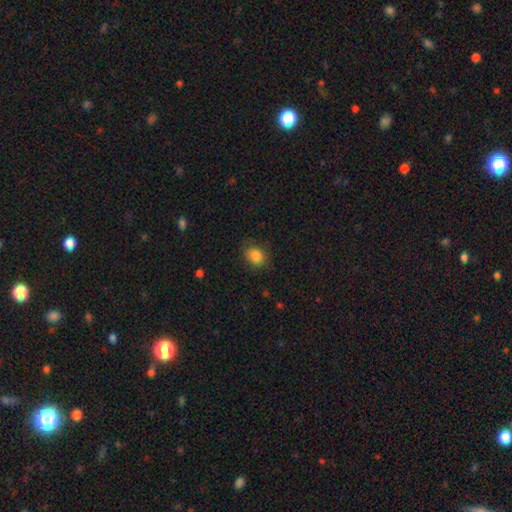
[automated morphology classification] Smooth or featured: smooth — 85% (star or artifact — 10%)
How rounded: in between — 50% (round — 49%)
Merging: none — 77% (minor disturbance — 17%)